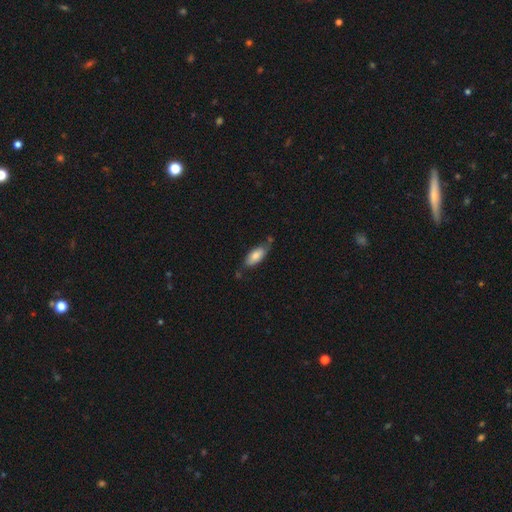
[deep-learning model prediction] Smooth or featured: smooth — 77% (featured or disk — 16%)
How rounded: in between — 83% (cigar-shaped — 15%)
Merging: none — 59% (minor disturbance — 28%)